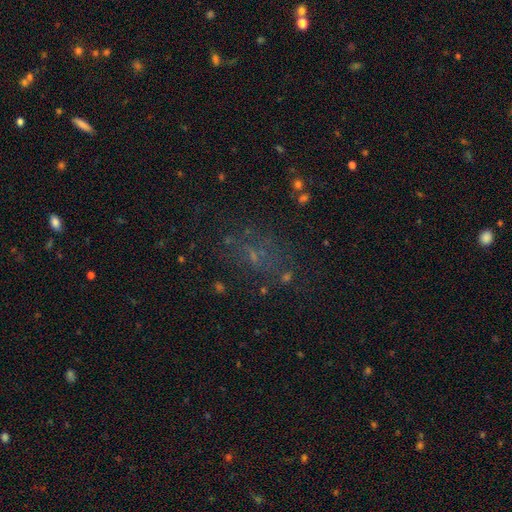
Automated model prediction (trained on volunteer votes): A star or artifact, not a galaxy (44%).

Vote fractions:
- Smooth or featured? star or artifact: 44% / smooth: 38% / featured or disk: 18%